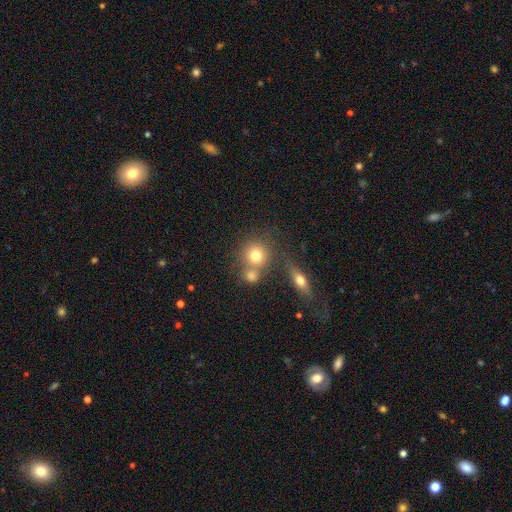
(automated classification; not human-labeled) Q: Smooth or featured?
A: smooth (75%); runner-up: featured or disk (12%)
Q: How rounded?
A: round (86%); runner-up: in between (12%)
Q: Merging?
A: none (57%); runner-up: merger (30%)